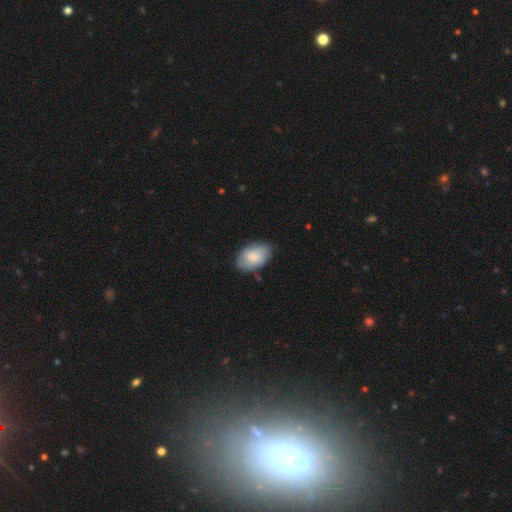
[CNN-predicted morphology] smooth-or-featured: smooth: 84% | featured or disk: 11% | star or artifact: 6%
  how-rounded: in between: 92% | round: 7% | cigar-shaped: 1%
  merging: none: 75% | minor disturbance: 20% | major disturbance: 4% | merger: 2%